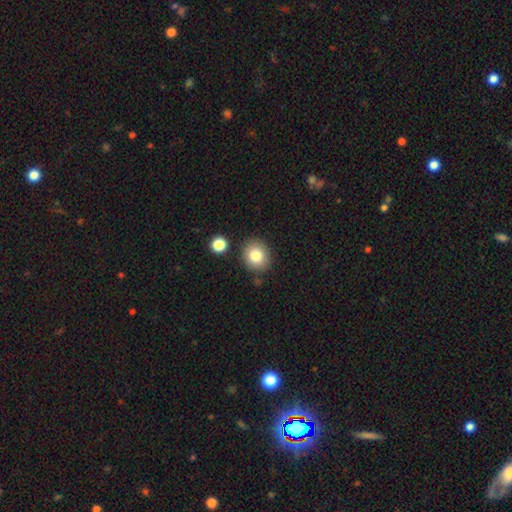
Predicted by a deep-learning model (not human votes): Morphology: type=smooth (81%); roundness=round (77%); merging=none (84%).